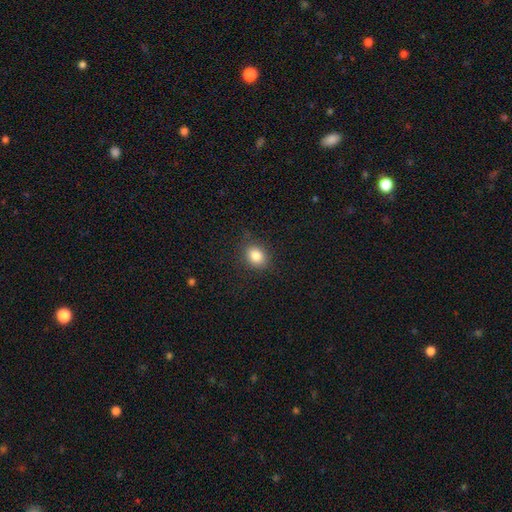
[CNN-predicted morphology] The model was most divided on "how rounded": round: 51%, in between: 48%, cigar-shaped: 1%. More confident: smooth or featured — smooth (84%); merging — none (83%).